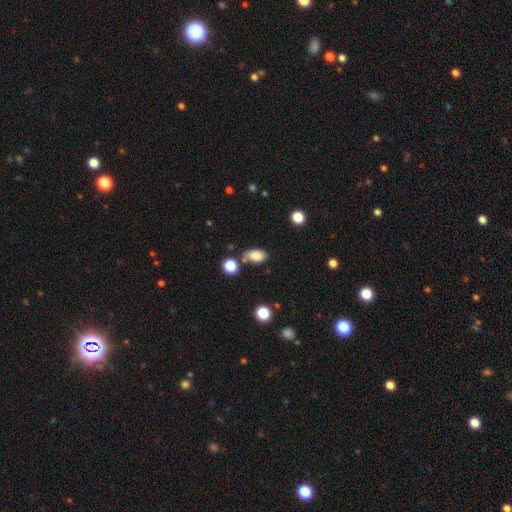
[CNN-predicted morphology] Smooth or featured?
  - smooth: 83% *
  - star or artifact: 9%
  - featured or disk: 7%
How rounded?
  - in between: 90% *
  - round: 8%
  - cigar-shaped: 2%
Merging?
  - none: 68% *
  - minor disturbance: 16%
  - merger: 12%
  - major disturbance: 4%